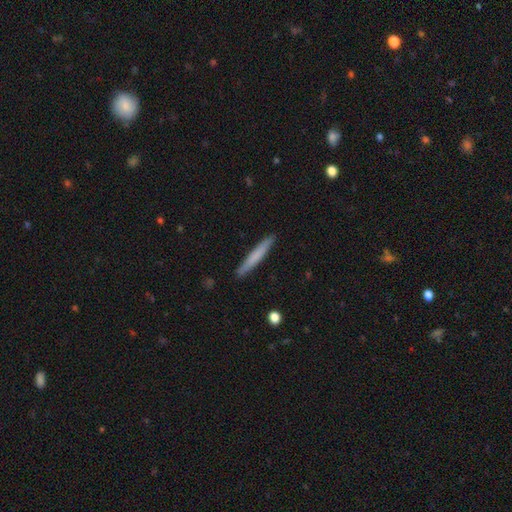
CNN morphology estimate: Smooth or featured?
  - smooth: 68% *
  - featured or disk: 27%
  - star or artifact: 5%
How rounded?
  - cigar-shaped: 96% *
  - in between: 3%
  - round: 1%
Merging?
  - none: 91% *
  - minor disturbance: 7%
  - major disturbance: 1%
  - merger: 1%